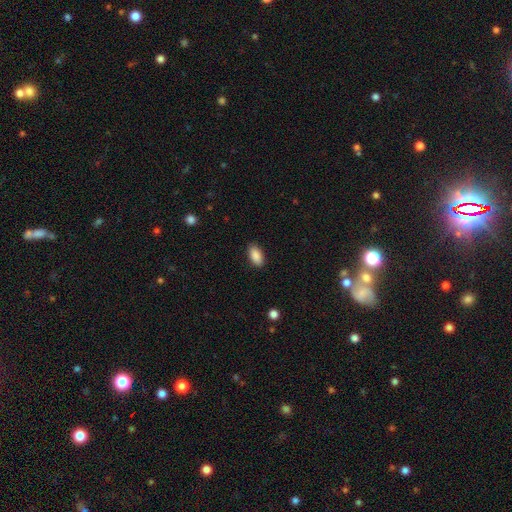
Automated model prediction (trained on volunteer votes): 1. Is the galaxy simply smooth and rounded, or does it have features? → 89% smooth, 7% star or artifact, 4% featured or disk.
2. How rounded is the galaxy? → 92% in between, 5% cigar-shaped, 3% round.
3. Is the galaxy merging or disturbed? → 88% none, 9% minor disturbance, 2% major disturbance, 1% merger.